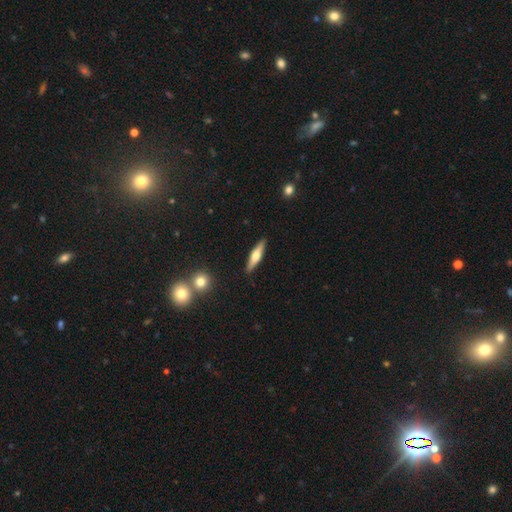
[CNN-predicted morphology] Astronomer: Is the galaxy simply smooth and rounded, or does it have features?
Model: featured or disk — 52% (runner-up: smooth, 42%).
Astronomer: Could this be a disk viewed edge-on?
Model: yes — 95%.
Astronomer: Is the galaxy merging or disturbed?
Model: none — 89%.